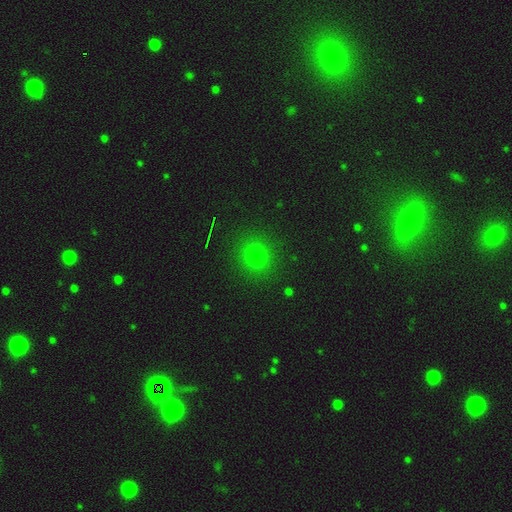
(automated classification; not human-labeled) smooth 74%, star or artifact 19%, featured or disk 6%. Down the decision tree: how rounded — round (86%); merging — none (89%).